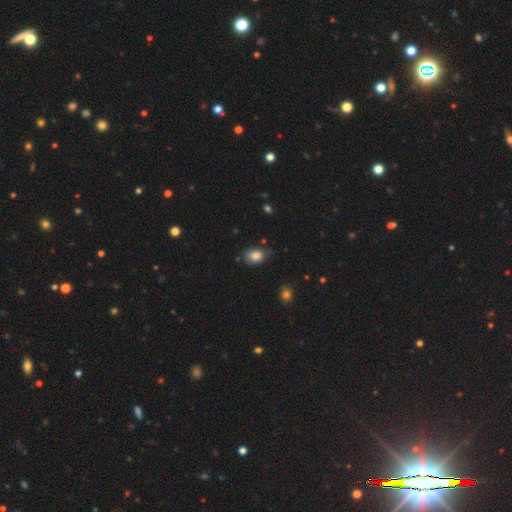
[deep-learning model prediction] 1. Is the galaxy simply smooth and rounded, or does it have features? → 84% smooth, 9% star or artifact, 7% featured or disk.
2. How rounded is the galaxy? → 76% in between, 23% round, 1% cigar-shaped.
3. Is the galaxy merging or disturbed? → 72% none, 21% minor disturbance, 4% major disturbance, 3% merger.